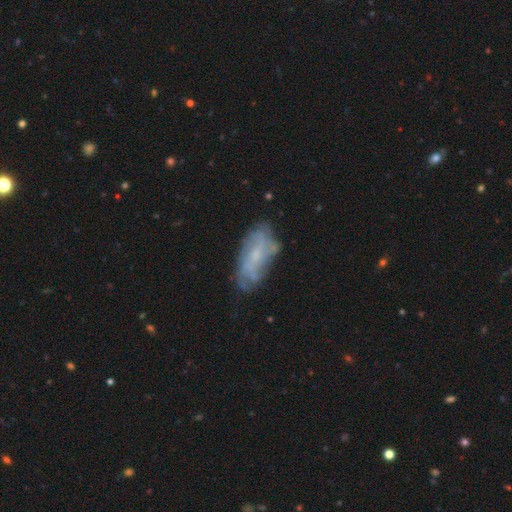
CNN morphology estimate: A featured or disk galaxy (59%) with no bar (61%), spiral arms (68%) and a small central bulge (58%). Merging: none (66%).